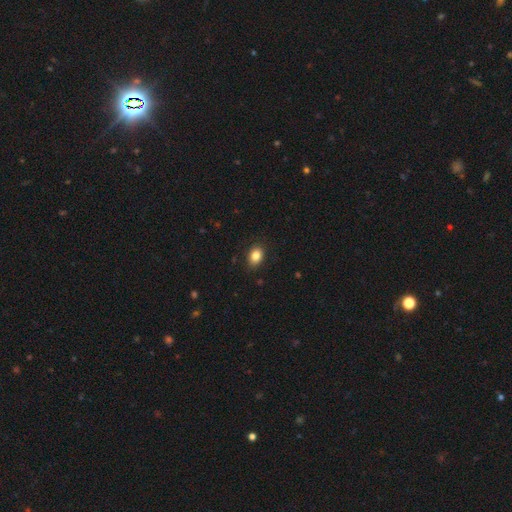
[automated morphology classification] A smooth galaxy with no disk features (85%) that is in between round and cigar-shaped (77%).

Vote fractions:
- Smooth or featured? smooth: 85% / star or artifact: 9% / featured or disk: 6%
- How rounded? in between: 77% / round: 21% / cigar-shaped: 1%
- Merging? none: 86% / minor disturbance: 10% / major disturbance: 2% / merger: 1%